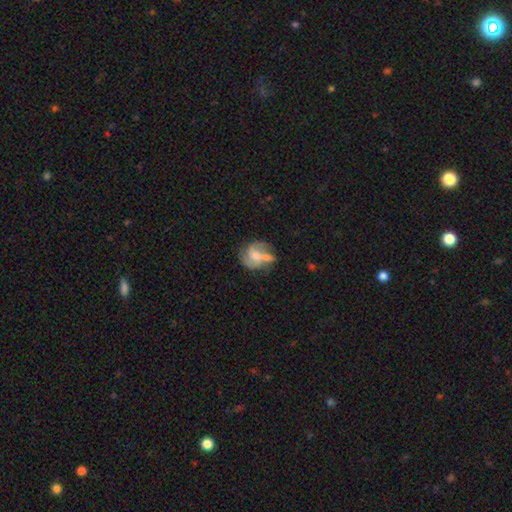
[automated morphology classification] smooth-or-featured: featured or disk: 70% | smooth: 22% | star or artifact: 7%
  disk-edge-on: no: 98% | yes: 2%
    bar: no: 58% | weak: 34% | strong: 8%
    has-spiral-arms: yes: 87% | no: 13%
      spiral-winding: medium: 50% | loose: 27% | tight: 23%
      spiral-arm-count: 3: 41% | 2: 35% | can't tell: 13% | 4: 5% | 1: 4% | more than 4: 3%
    bulge-size: moderate: 52% | small: 39% | none: 4% | large: 4% | dominant: 1%
  merging: none: 44% | merger: 22% | minor disturbance: 21% | major disturbance: 13%